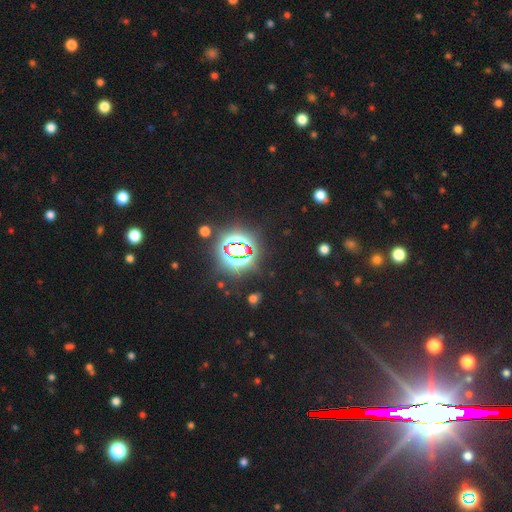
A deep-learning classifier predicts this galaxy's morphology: This is clearly a star or artifact rather than a galaxy (84%).